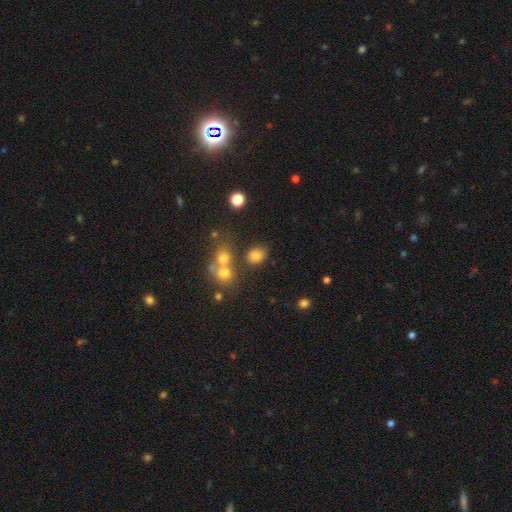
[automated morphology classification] A smooth galaxy with no disk features (79%) that is round (58%). Merging: none (72%).